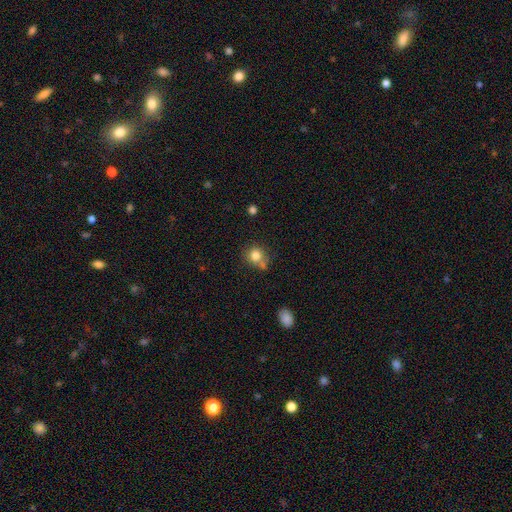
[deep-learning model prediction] smooth_or_featured: smooth (p=0.80) [alt: star or artifact p=0.11]
how_rounded: round (p=0.83) [alt: in between p=0.16]
merging: none (p=0.58) [alt: merger p=0.18]